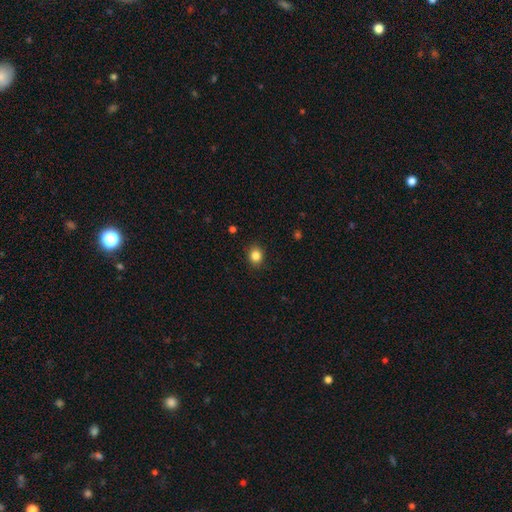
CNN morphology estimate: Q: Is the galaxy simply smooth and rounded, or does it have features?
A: smooth — 85%.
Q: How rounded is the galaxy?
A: round — 67%.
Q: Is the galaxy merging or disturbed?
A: none — 89%.